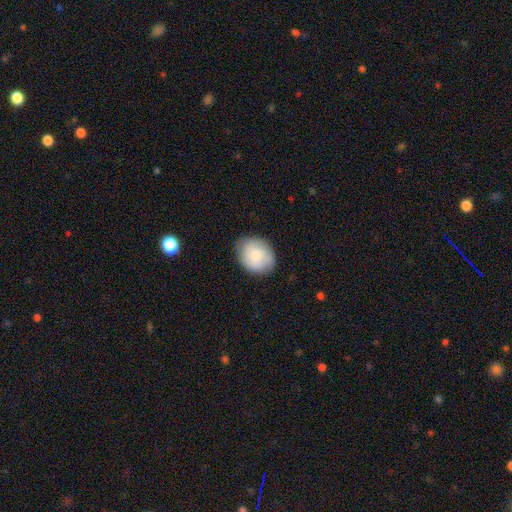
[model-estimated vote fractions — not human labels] Overall: smooth (76%). How rounded: round (52%; in between 47%). Merging: none (76%).